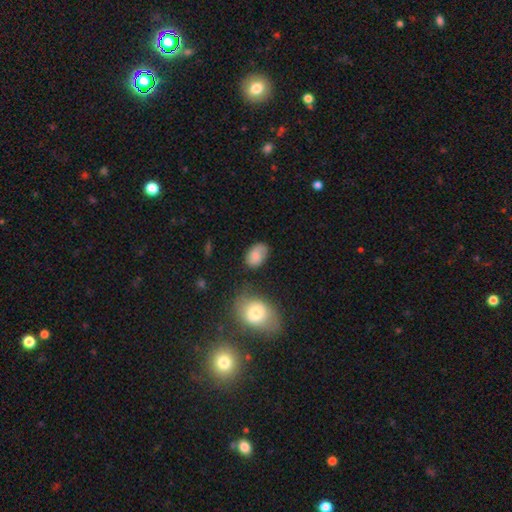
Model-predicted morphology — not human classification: This appears to be a smooth galaxy with no disk features (75%) that is in between round and cigar-shaped (85%). Merging: none (66%).